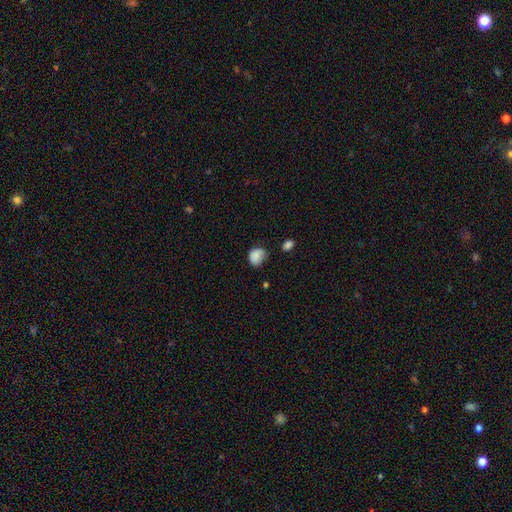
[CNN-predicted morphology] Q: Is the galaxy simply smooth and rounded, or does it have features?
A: smooth — 82%.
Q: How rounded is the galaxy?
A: round — 52%.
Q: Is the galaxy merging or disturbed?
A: none — 49%.